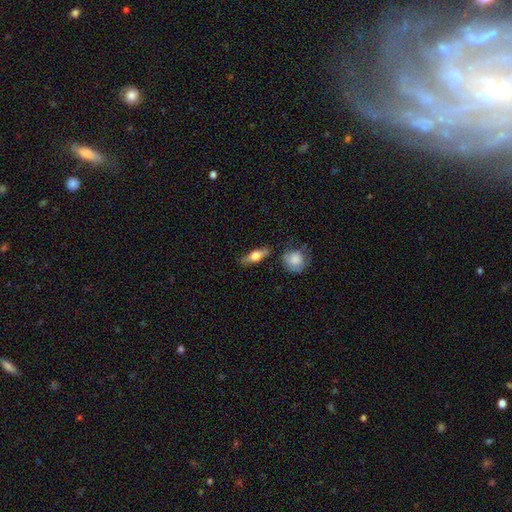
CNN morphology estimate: Q: Smooth or featured?
A: smooth (51%); runner-up: featured or disk (43%)
Q: How rounded?
A: in between (49%); runner-up: cigar-shaped (44%)
Q: Merging?
A: none (78%); runner-up: minor disturbance (13%)